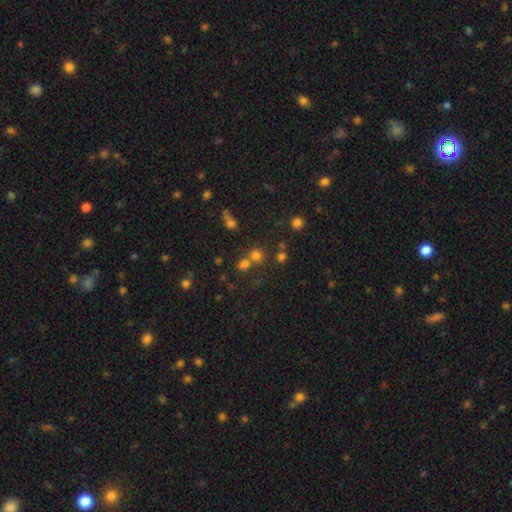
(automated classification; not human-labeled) smooth-or-featured: smooth: 68% | star or artifact: 23% | featured or disk: 9%
  how-rounded: round: 86% | in between: 13% | cigar-shaped: 1%
  merging: none: 57% | merger: 32% | minor disturbance: 7% | major disturbance: 4%